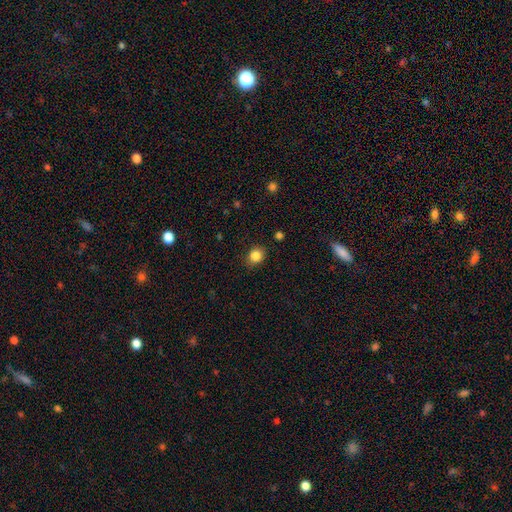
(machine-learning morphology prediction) type=smooth (85%); roundness=round (66%); merging=none (84%).